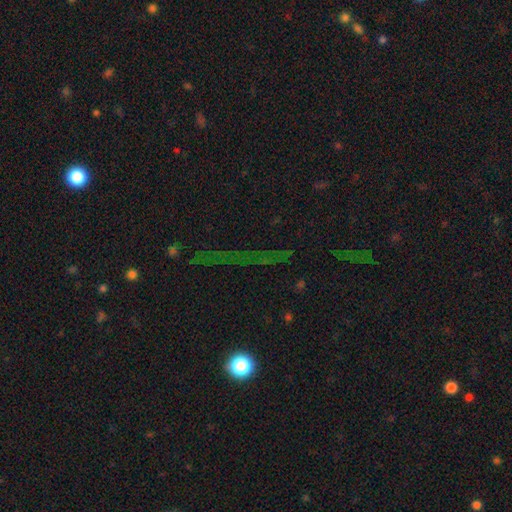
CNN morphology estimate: Smooth or featured? star or artifact (71%)